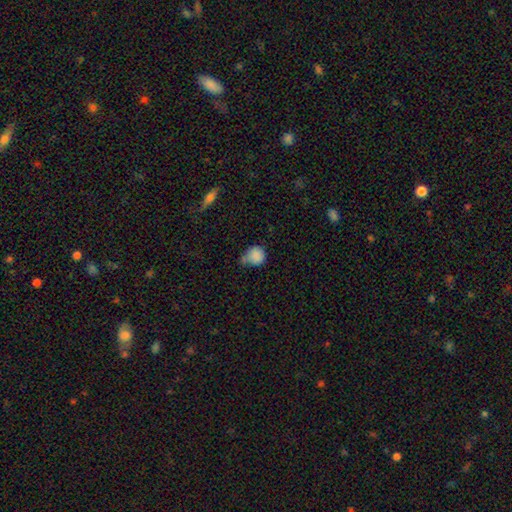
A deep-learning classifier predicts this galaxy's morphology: smooth 85%, star or artifact 9%, featured or disk 6%. Down the decision tree: how rounded — round (84%); merging — none (46%).